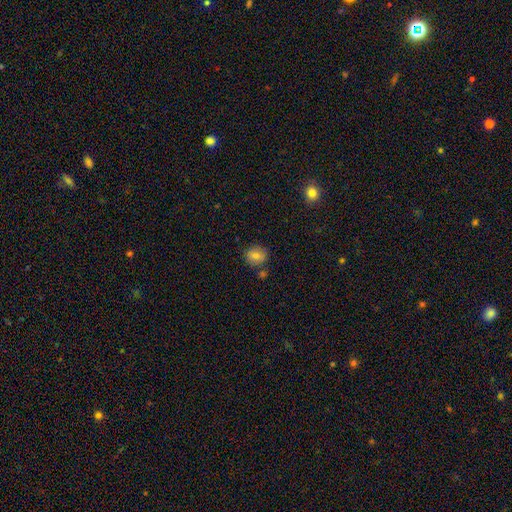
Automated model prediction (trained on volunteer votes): This appears to be a smooth galaxy with no disk features (78%) that is round (75%). Merging: none (78%).